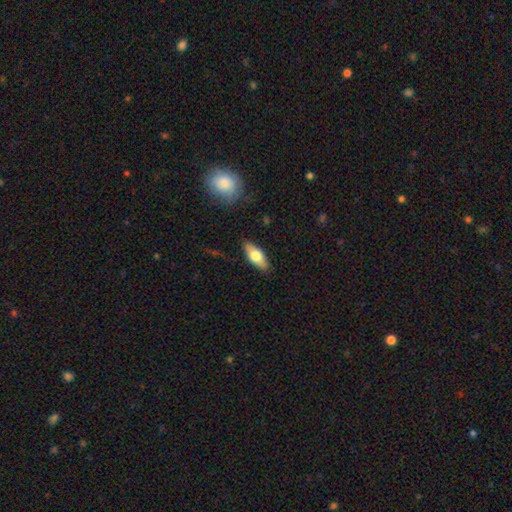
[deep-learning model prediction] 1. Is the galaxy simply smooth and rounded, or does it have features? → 64% smooth, 30% featured or disk, 6% star or artifact.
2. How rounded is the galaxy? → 75% in between, 23% cigar-shaped, 3% round.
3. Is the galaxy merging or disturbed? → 87% none, 9% minor disturbance, 2% major disturbance, 1% merger.